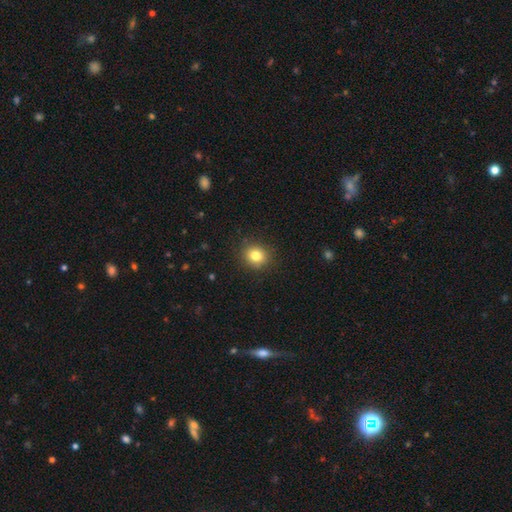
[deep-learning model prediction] A smooth galaxy with no disk features (81%) that is round (79%). Merging: none (89%).